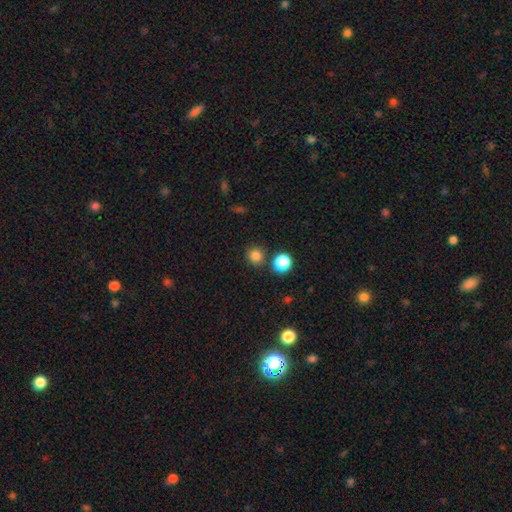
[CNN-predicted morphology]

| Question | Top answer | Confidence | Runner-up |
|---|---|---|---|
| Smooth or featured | smooth | 82% | star or artifact (14%) |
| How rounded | round | 91% | in between (8%) |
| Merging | none | 81% | merger (9%) |